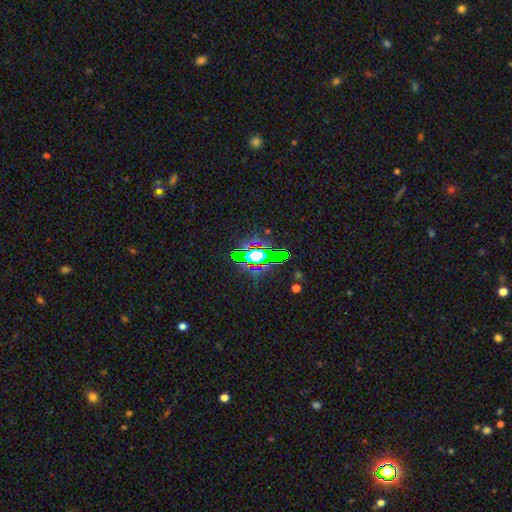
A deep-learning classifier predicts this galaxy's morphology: star or artifact 62%, smooth 21%, featured or disk 17%.